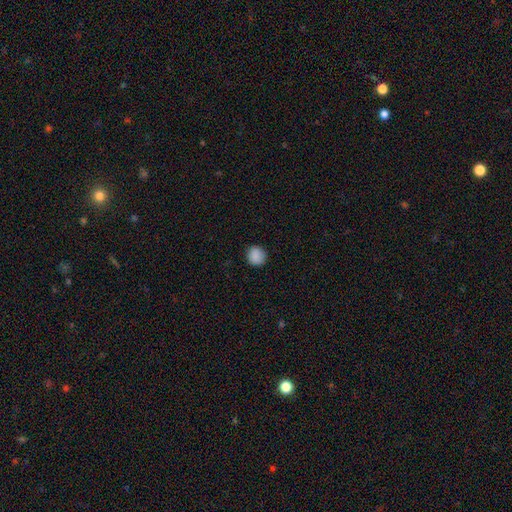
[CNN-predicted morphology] Overall: smooth (89%). How rounded: round (91%). Merging: none (90%).